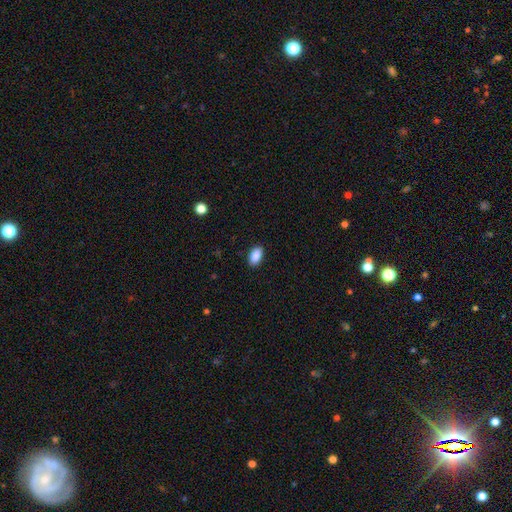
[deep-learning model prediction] The model was most divided on "merging": none: 89%, minor disturbance: 8%, major disturbance: 2%, merger: 1%. More confident: how rounded — in between (93%); smooth or featured — smooth (89%).